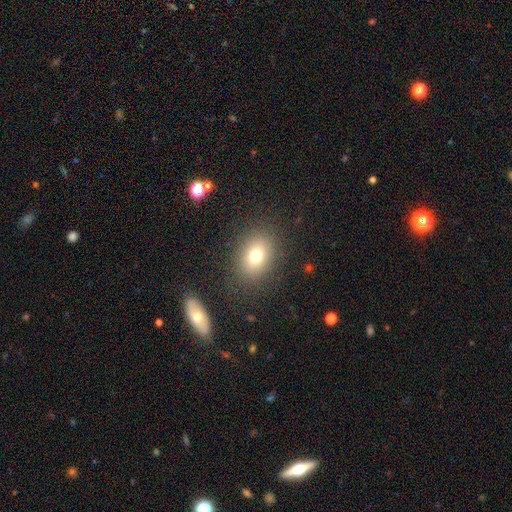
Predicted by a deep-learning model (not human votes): This appears to be a smooth galaxy with no disk features (75%) that is in between round and cigar-shaped (62%). Merging: none (84%).